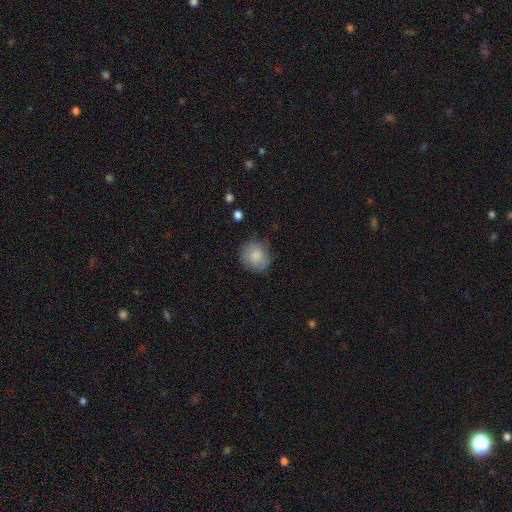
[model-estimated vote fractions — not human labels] Smooth or featured: smooth — 77% (featured or disk — 16%)
How rounded: round — 81% (in between — 18%)
Merging: none — 69% (minor disturbance — 23%)